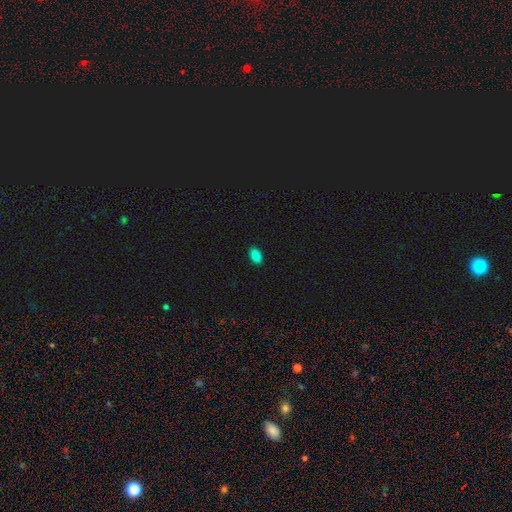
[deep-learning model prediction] smooth-or-featured: smooth: 86% | star or artifact: 10% | featured or disk: 4%
  how-rounded: in between: 92% | round: 6% | cigar-shaped: 2%
  merging: none: 90% | minor disturbance: 7% | major disturbance: 2% | merger: 1%